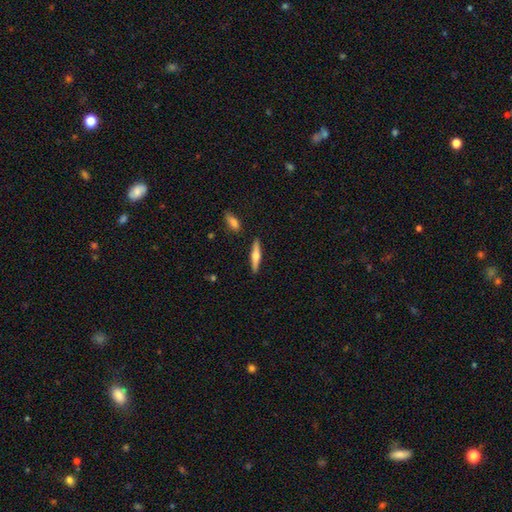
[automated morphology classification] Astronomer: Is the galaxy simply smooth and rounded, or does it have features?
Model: featured or disk — 53% (runner-up: smooth, 41%).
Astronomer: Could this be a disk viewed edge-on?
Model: yes — 96%.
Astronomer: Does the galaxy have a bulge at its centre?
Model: rounded — 89%.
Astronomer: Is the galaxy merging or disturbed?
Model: none — 88%.